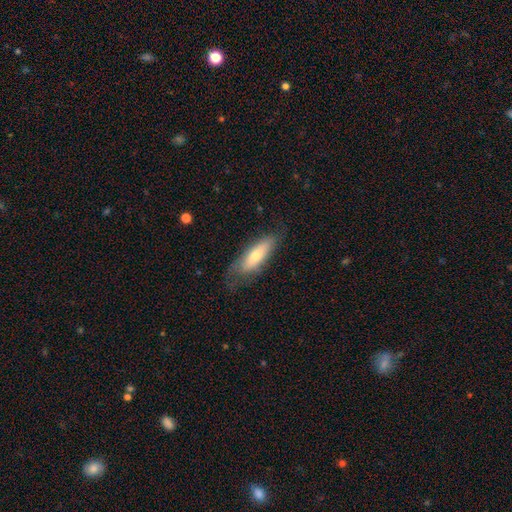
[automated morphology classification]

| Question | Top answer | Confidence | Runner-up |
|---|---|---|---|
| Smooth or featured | smooth | 60% | featured or disk (34%) |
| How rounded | in between | 51% | cigar-shaped (47%) |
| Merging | none | 68% | minor disturbance (23%) |